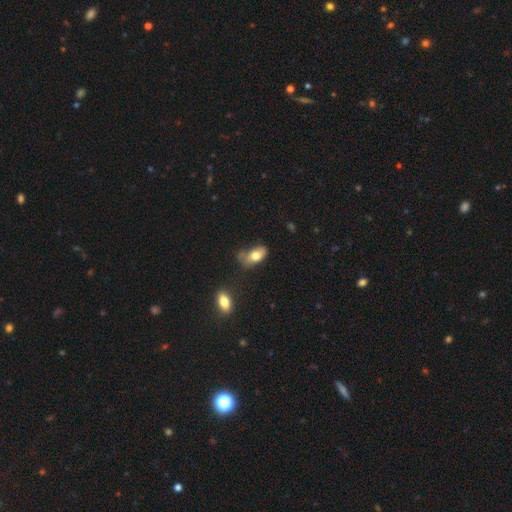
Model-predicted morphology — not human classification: This appears to be a smooth galaxy with no disk features (75%) that is in between round and cigar-shaped (90%). Merging: none (40%).